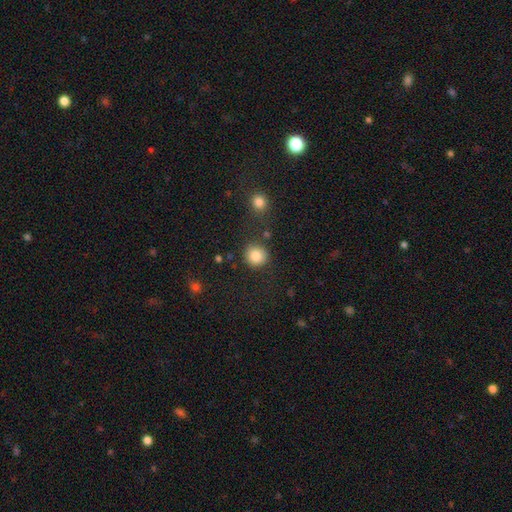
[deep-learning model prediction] Q: Smooth or featured?
A: smooth (86%); runner-up: star or artifact (9%)
Q: How rounded?
A: round (90%); runner-up: in between (9%)
Q: Merging?
A: none (84%); runner-up: minor disturbance (8%)